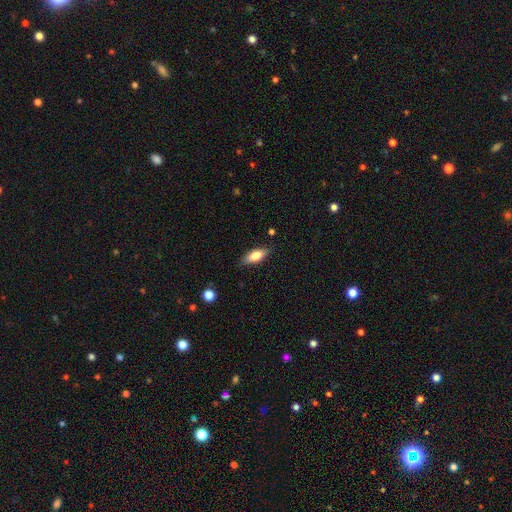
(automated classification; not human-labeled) Smooth or featured: smooth — 75% (featured or disk — 19%)
How rounded: in between — 72% (cigar-shaped — 26%)
Merging: none — 83% (minor disturbance — 13%)